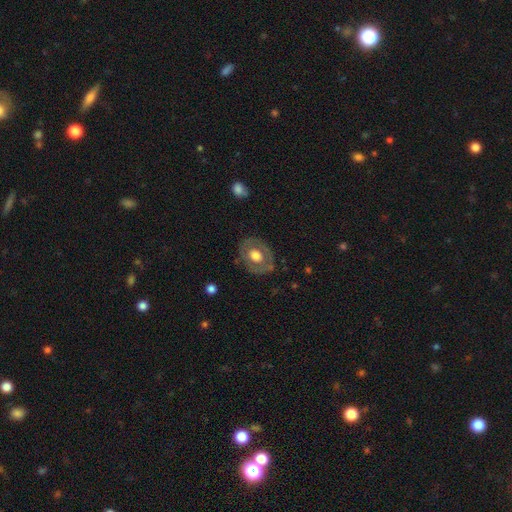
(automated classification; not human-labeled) Q: Smooth or featured?
A: featured or disk (47%); tied with: smooth (47%)
Q: Merging?
A: none (78%); runner-up: minor disturbance (15%)